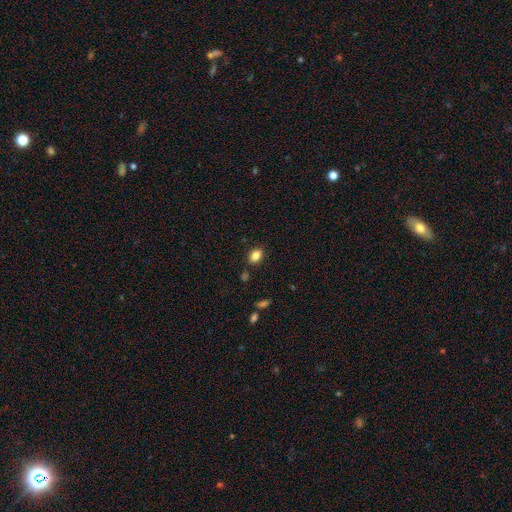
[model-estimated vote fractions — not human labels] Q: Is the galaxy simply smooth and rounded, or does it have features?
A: smooth — 85%.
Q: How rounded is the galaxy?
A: in between — 81%.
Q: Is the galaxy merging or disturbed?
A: none — 84%.